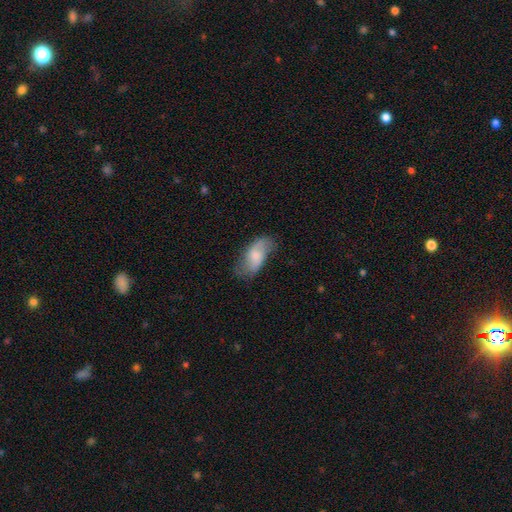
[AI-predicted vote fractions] Morphology: type=smooth (53%); roundness=in between (91%); merging=none (63%).